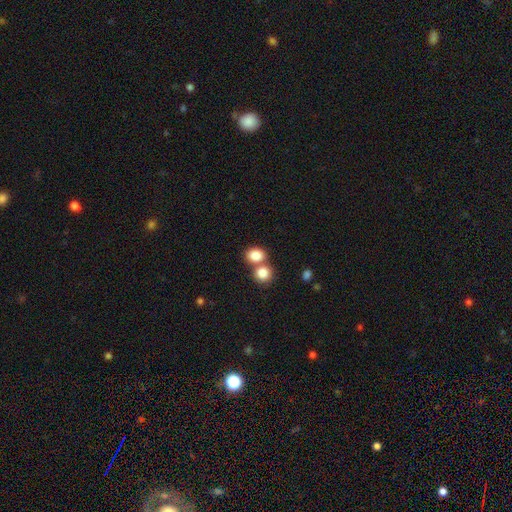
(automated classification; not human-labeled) This appears to be a smooth galaxy with no disk features (85%) that is round (54%). Merging: merger (45%).